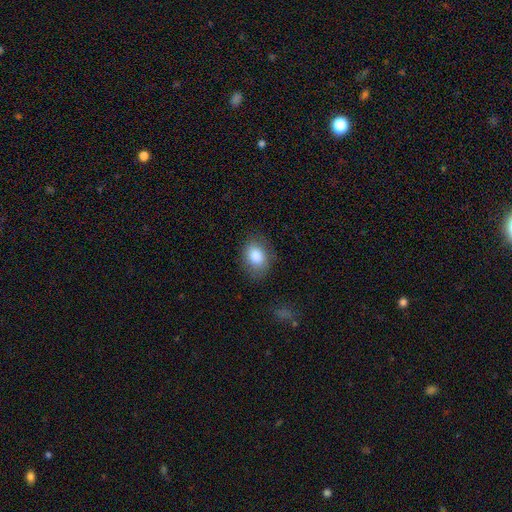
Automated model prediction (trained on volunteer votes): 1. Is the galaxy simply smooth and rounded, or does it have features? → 86% smooth, 8% star or artifact, 6% featured or disk.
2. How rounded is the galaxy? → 72% in between, 27% round, 1% cigar-shaped.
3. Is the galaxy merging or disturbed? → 79% none, 15% minor disturbance, 5% major disturbance, 1% merger.